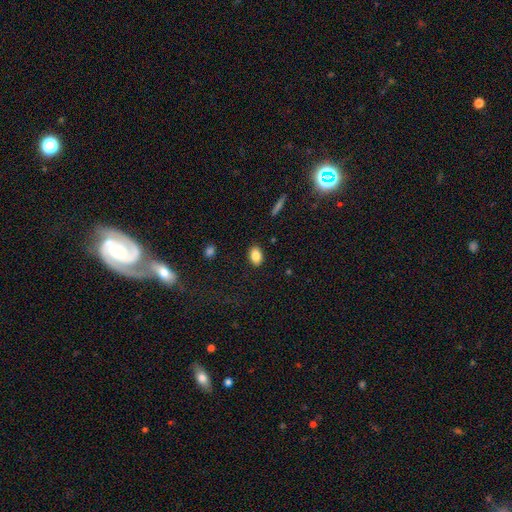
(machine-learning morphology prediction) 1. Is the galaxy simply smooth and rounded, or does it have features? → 85% smooth, 8% star or artifact, 7% featured or disk.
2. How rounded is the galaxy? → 87% in between, 11% round, 2% cigar-shaped.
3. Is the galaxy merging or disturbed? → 88% none, 9% minor disturbance, 2% major disturbance, 1% merger.